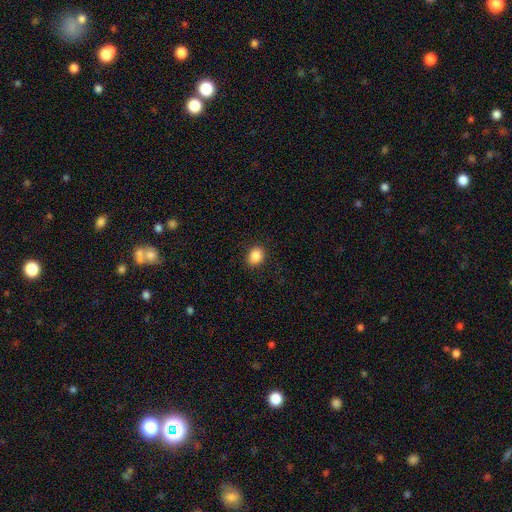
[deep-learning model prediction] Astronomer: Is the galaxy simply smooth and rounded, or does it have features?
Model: smooth — 86%.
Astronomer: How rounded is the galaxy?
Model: round — 51% (runner-up: in between, 48%).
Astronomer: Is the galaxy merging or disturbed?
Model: none — 88%.